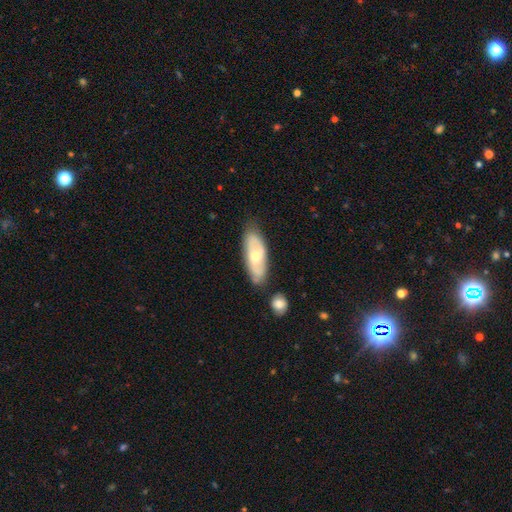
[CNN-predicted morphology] Overall: featured or disk (48%; smooth 46%). Merging: none (69%).